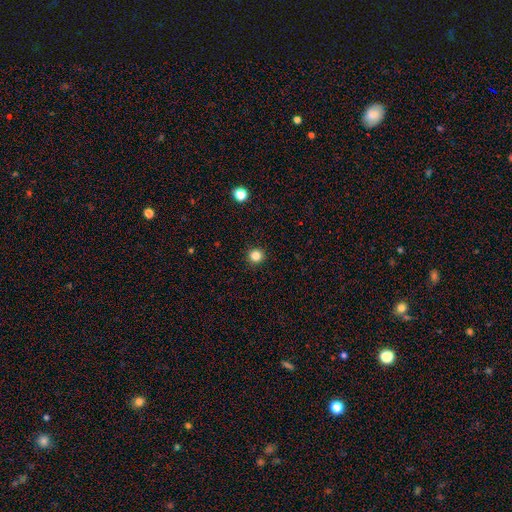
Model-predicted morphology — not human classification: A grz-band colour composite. It shows a smooth galaxy with no disk features (84%) that is round (95%). Merging: none (93%).